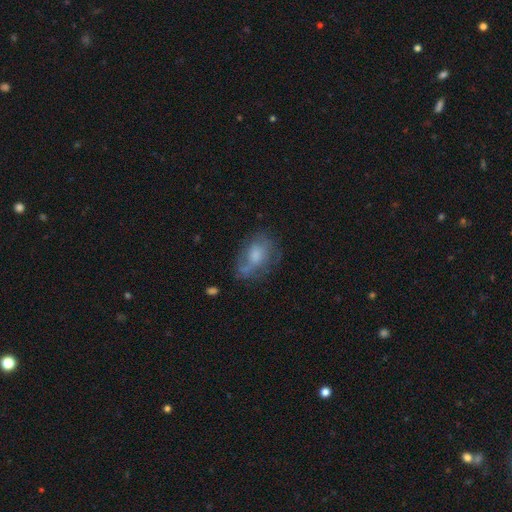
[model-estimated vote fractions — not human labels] Smooth or featured? Predicted: smooth (p=0.48). Merging? Predicted: none (p=0.49).